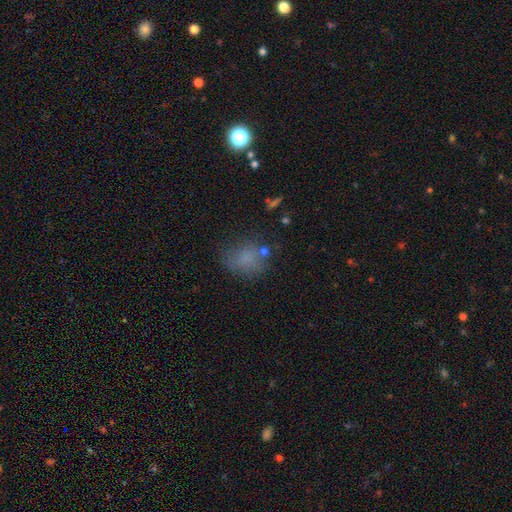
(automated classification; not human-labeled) This is likely a smooth galaxy (68%). How rounded: possibly in between (50%). Merging: possibly none (57%).